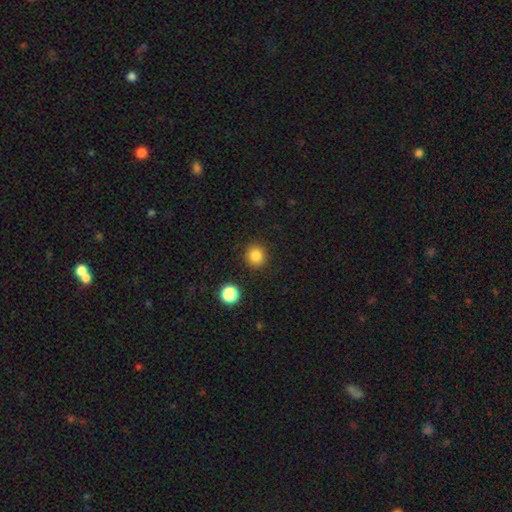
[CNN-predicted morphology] This appears to be a smooth galaxy with no disk features (84%) that is round (89%). Merging: none (90%).